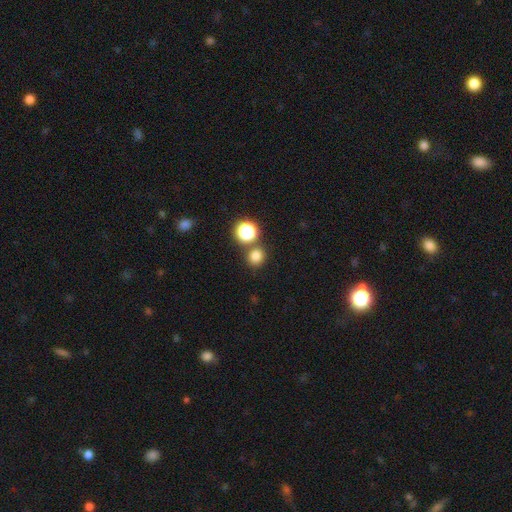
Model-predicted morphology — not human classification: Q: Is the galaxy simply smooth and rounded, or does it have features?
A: smooth — 78%.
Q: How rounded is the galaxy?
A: round — 85%.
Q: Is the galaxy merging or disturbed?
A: none — 74%.